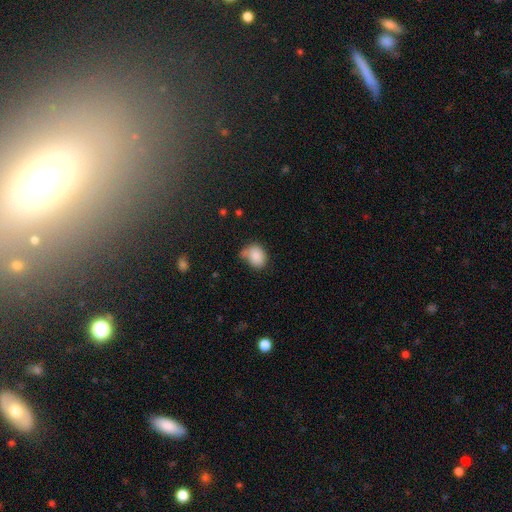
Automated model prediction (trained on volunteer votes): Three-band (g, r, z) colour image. It shows a smooth galaxy with no disk features (85%) that is in between round and cigar-shaped (54%). Merging: none (50%).